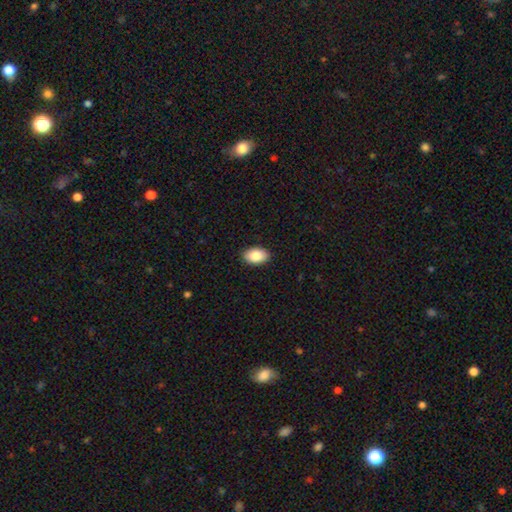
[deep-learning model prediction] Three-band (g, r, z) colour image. It shows a smooth galaxy with no disk features (87%) that is in between round and cigar-shaped (91%). Merging: none (90%).